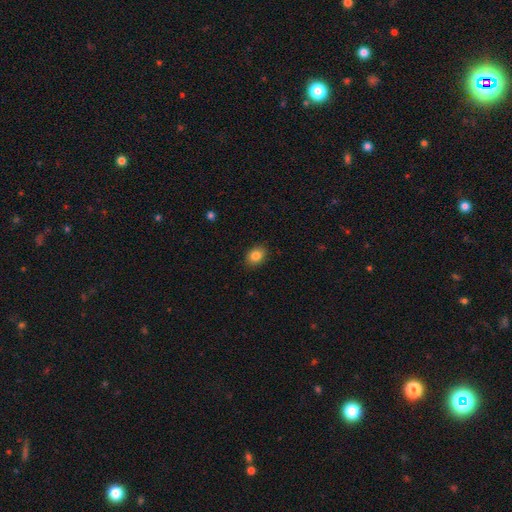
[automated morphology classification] smooth_or_featured: smooth (p=0.85) [alt: star or artifact p=0.09]
how_rounded: in between (p=0.59) [alt: round p=0.40]
merging: none (p=0.88) [alt: minor disturbance p=0.09]